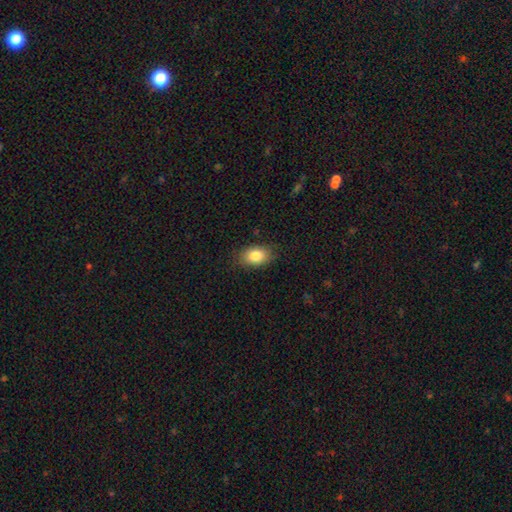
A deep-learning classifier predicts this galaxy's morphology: smooth 84%, featured or disk 9%, star or artifact 8%. Down the decision tree: how rounded — in between (85%); merging — none (82%).